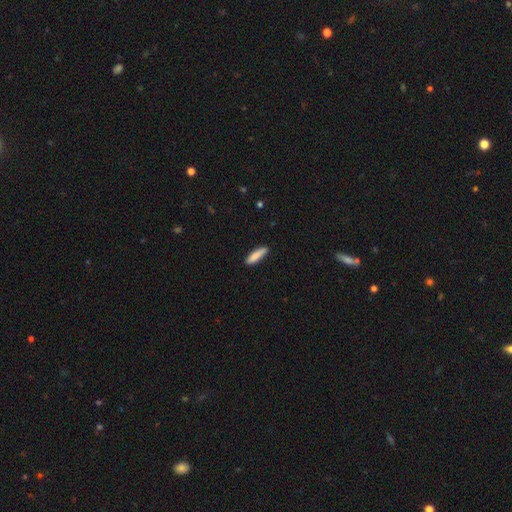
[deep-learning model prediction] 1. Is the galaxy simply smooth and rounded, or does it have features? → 86% smooth, 8% featured or disk, 6% star or artifact.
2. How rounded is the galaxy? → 76% cigar-shaped, 23% in between, 1% round.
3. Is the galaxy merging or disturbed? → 84% none, 13% minor disturbance, 2% major disturbance, 1% merger.